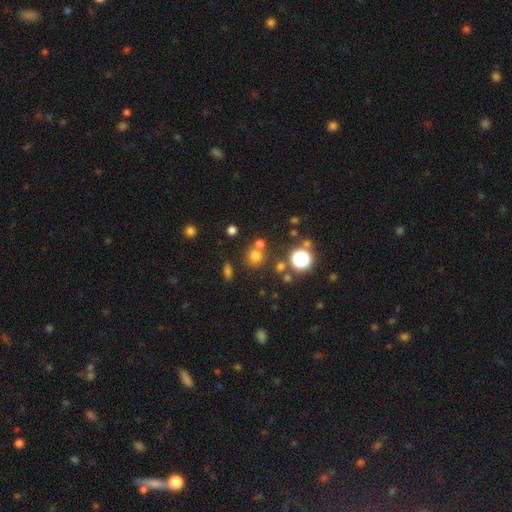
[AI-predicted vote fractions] Smooth or featured?
  - smooth: 67% *
  - star or artifact: 25%
  - featured or disk: 8%
How rounded?
  - round: 87% *
  - in between: 12%
  - cigar-shaped: 1%
Merging?
  - none: 69% *
  - merger: 19%
  - minor disturbance: 9%
  - major disturbance: 4%